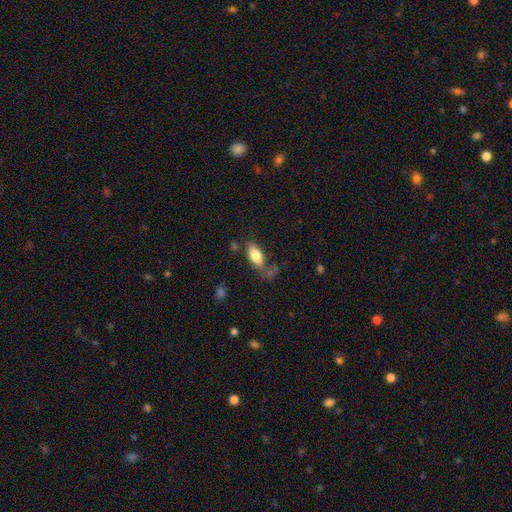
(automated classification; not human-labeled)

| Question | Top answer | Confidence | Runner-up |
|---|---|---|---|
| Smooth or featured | smooth | 78% | featured or disk (15%) |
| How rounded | in between | 86% | cigar-shaped (11%) |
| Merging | none | 65% | minor disturbance (18%) |